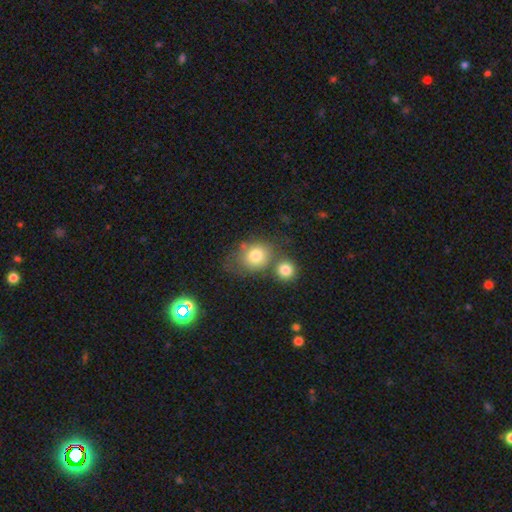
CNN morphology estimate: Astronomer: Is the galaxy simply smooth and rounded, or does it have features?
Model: smooth — 78%.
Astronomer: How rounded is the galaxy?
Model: round — 68%.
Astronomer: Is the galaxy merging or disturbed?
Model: none — 44% (runner-up: merger, 36%).